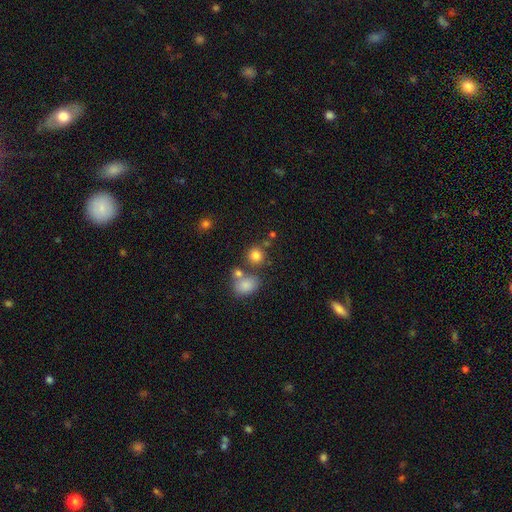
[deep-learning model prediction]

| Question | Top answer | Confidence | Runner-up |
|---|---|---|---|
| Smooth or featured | smooth | 79% | star or artifact (13%) |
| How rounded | round | 84% | in between (15%) |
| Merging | none | 66% | merger (20%) |